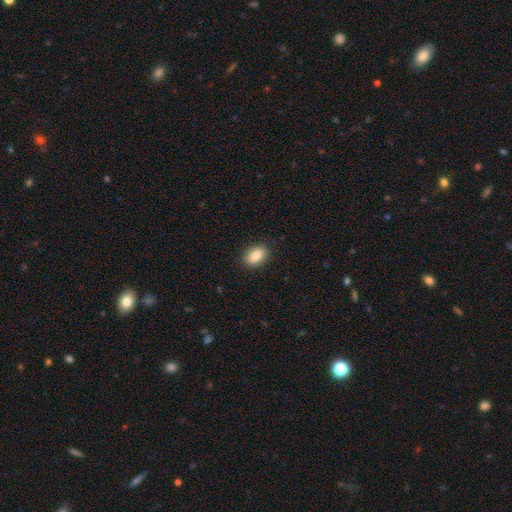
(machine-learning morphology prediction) Smooth or featured?
  - smooth: 83% *
  - featured or disk: 9%
  - star or artifact: 8%
How rounded?
  - in between: 84% *
  - round: 14%
  - cigar-shaped: 2%
Merging?
  - none: 89% *
  - minor disturbance: 8%
  - major disturbance: 2%
  - merger: 1%